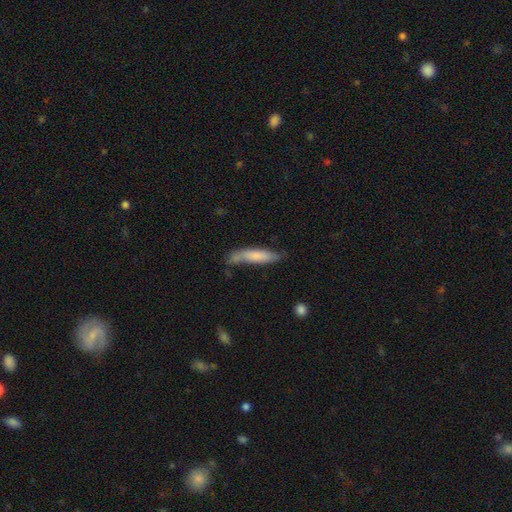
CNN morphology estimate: Smooth or featured? Predicted: smooth (p=0.71). How rounded? Predicted: cigar-shaped (p=0.83). Merging? Predicted: none (p=0.58).